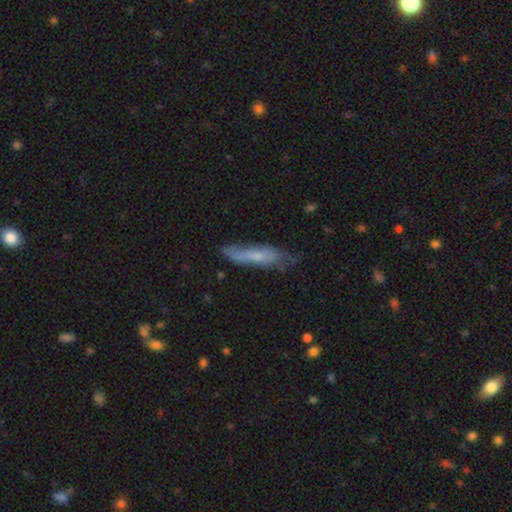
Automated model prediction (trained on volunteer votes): smooth 55%, featured or disk 37%, star or artifact 7%. Down the decision tree: how rounded — cigar-shaped (78%); merging — none (59%).